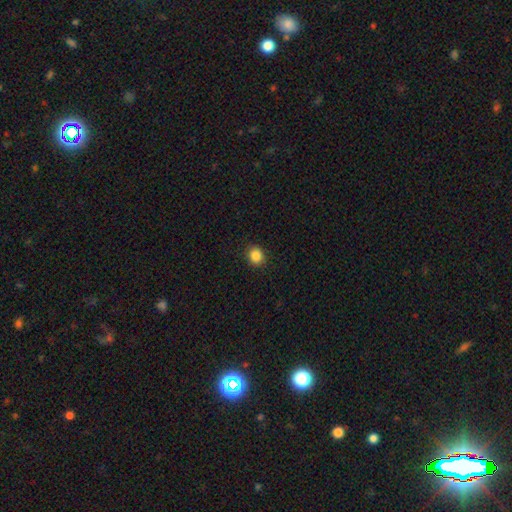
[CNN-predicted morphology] Smooth or featured? smooth (86%)
How rounded? round (73%)
Merging? none (90%)